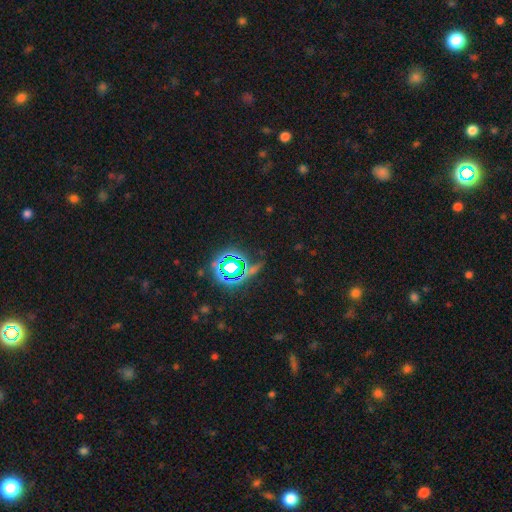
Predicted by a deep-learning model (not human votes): The model was most divided on "smooth or featured": star or artifact: 77%, smooth: 15%, featured or disk: 8%.